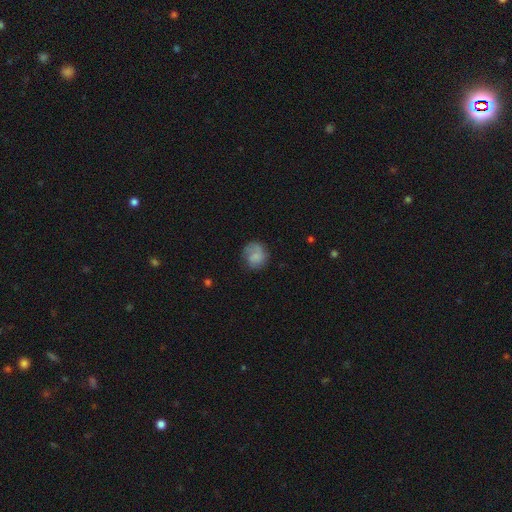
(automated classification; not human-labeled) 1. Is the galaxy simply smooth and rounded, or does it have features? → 68% smooth, 23% featured or disk, 8% star or artifact.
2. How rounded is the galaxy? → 78% round, 21% in between, 1% cigar-shaped.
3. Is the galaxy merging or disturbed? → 62% none, 23% minor disturbance, 12% major disturbance, 2% merger.